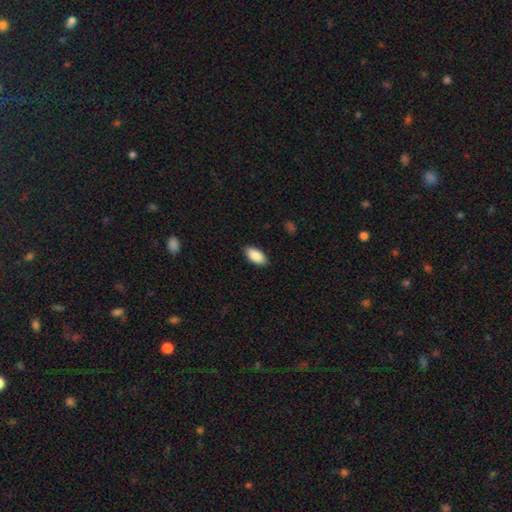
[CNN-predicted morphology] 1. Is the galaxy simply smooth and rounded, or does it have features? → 89% smooth, 6% star or artifact, 5% featured or disk.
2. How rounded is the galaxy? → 94% in between, 4% cigar-shaped, 2% round.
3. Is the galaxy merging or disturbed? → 88% none, 9% minor disturbance, 2% major disturbance, 1% merger.